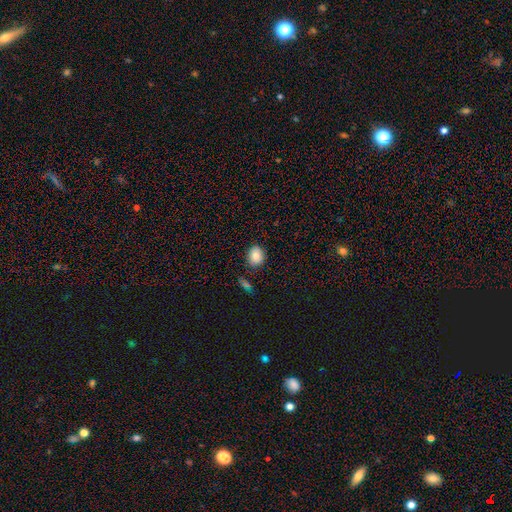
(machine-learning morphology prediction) A smooth galaxy with no disk features (81%) that is round (61%). Merging: none (84%).